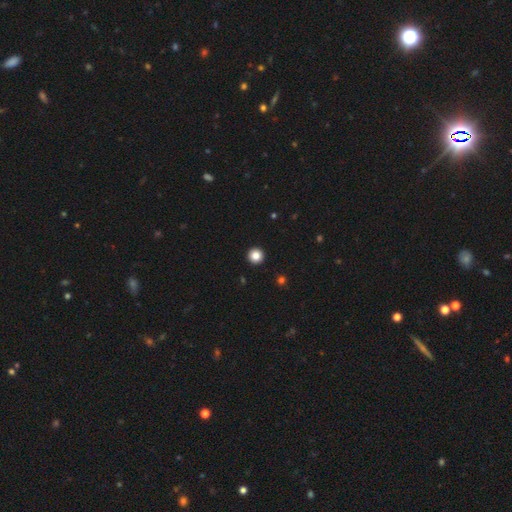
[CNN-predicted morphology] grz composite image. It shows a smooth galaxy with no disk features (85%) that is round (96%). Merging: none (94%).